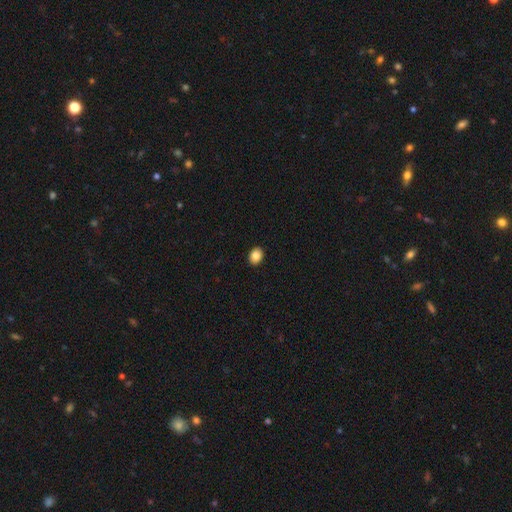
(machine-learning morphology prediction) This appears to be a smooth galaxy with no disk features (87%) that is in between round and cigar-shaped (63%). Merging: none (91%).